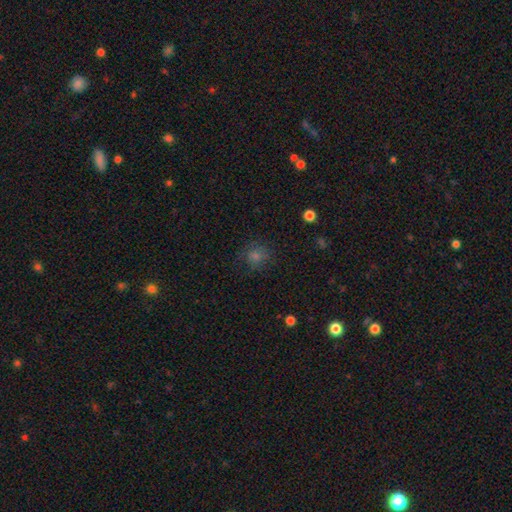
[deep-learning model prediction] This appears to be a smooth galaxy with no disk features (62%) that is round (82%). Merging: none (78%).